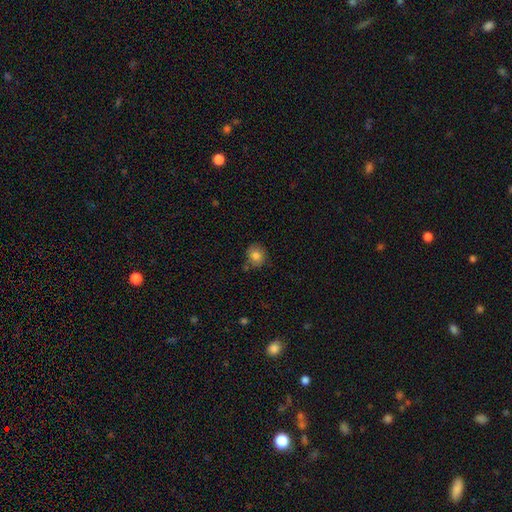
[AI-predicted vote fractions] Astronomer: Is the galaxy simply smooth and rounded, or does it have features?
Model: smooth — 81%.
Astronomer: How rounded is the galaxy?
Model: round — 80%.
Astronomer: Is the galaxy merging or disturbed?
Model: none — 75%.